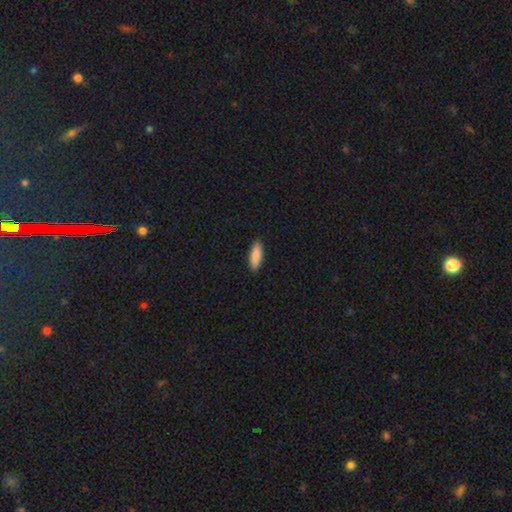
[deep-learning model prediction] Smooth or featured: smooth — 89% (star or artifact — 6%)
How rounded: cigar-shaped — 50% (in between — 49%)
Merging: none — 91% (minor disturbance — 7%)